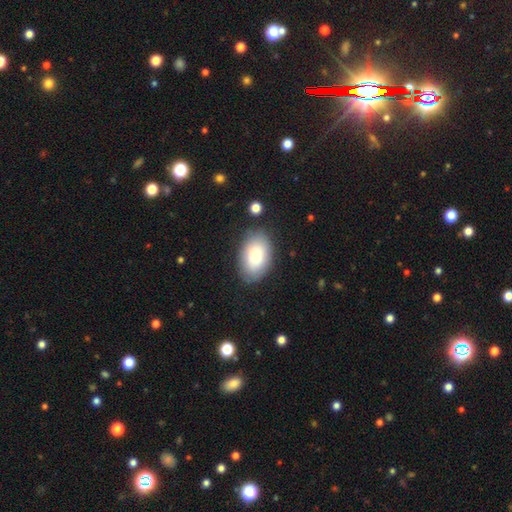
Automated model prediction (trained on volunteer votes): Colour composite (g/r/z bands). It shows a smooth galaxy with no disk features (78%) that is in between round and cigar-shaped (90%). Merging: none (80%).